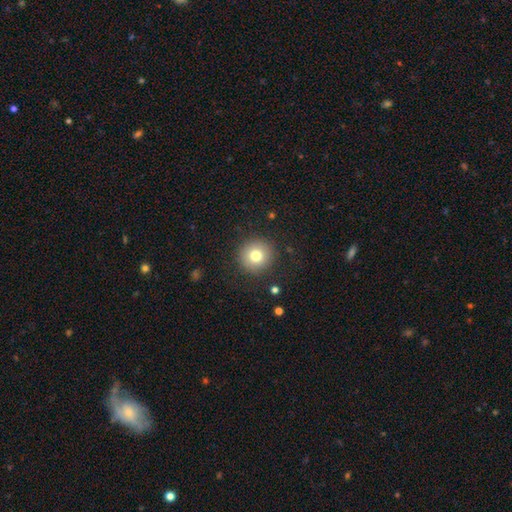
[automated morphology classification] A smooth galaxy with no disk features (77%) that is round (95%). Merging: none (90%).